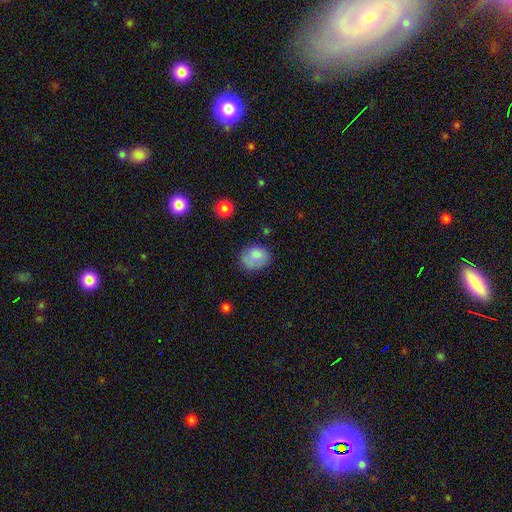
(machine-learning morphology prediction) This appears to be a smooth galaxy with no disk features (80%) that is in between round and cigar-shaped (64%). Merging: none (58%).